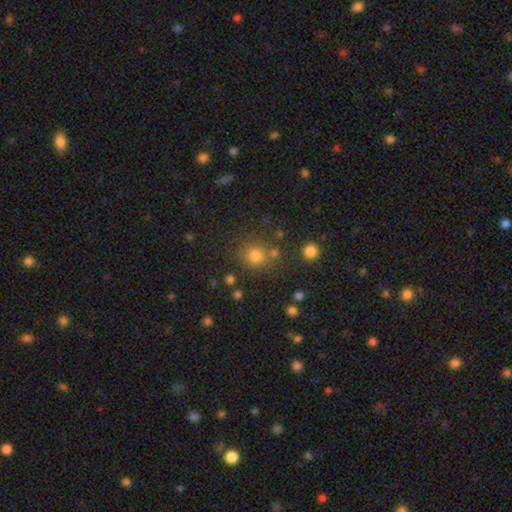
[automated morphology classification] Overall: smooth (77%). How rounded: round (89%). Merging: none (75%).